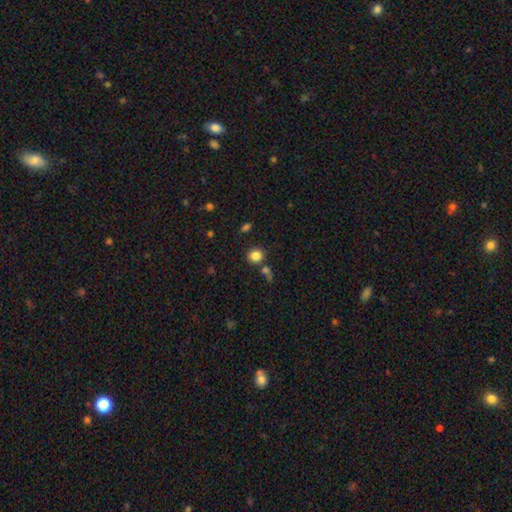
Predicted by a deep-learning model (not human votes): smooth_or_featured: smooth (p=0.84) [alt: star or artifact p=0.11]
how_rounded: round (p=0.84) [alt: in between p=0.15]
merging: none (p=0.75) [alt: merger p=0.11]